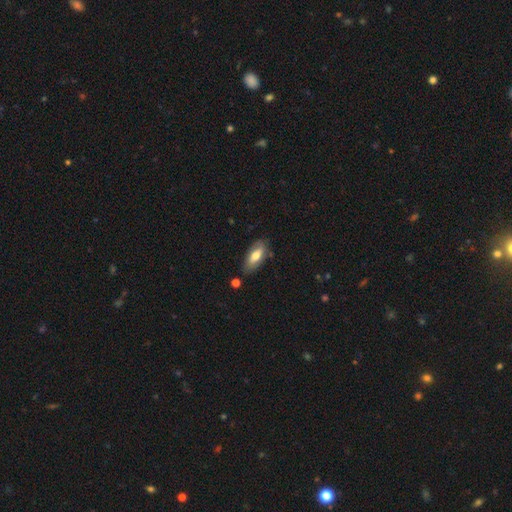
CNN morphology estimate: A smooth galaxy with no disk features (66%) that is in between round and cigar-shaped (83%). Merging: none (77%).